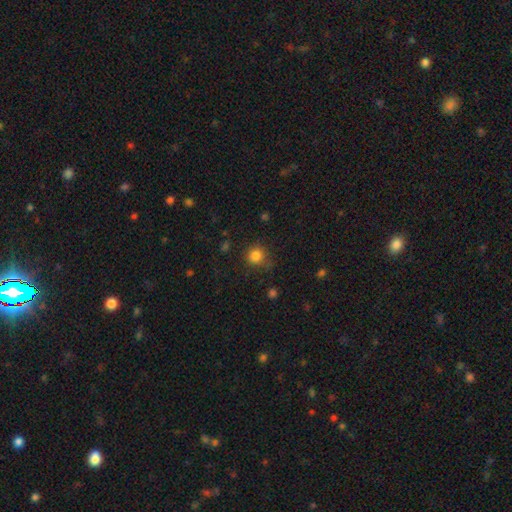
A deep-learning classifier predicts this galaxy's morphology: This is clearly a smooth galaxy (82%). How rounded: clearly round (89%). Merging: likely none (75%).